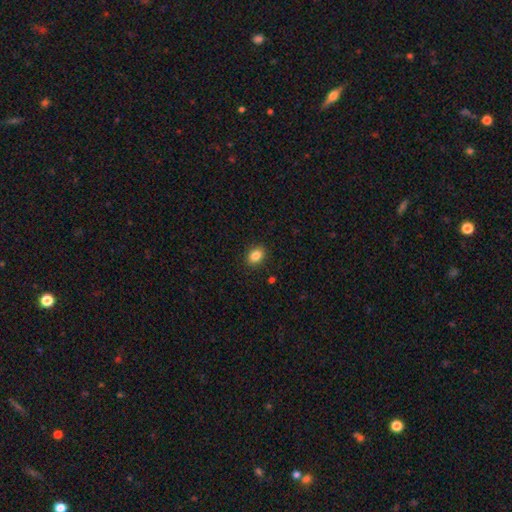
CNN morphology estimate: smooth 85%, star or artifact 9%, featured or disk 5%. Down the decision tree: how rounded — in between (68%); merging — none (89%).